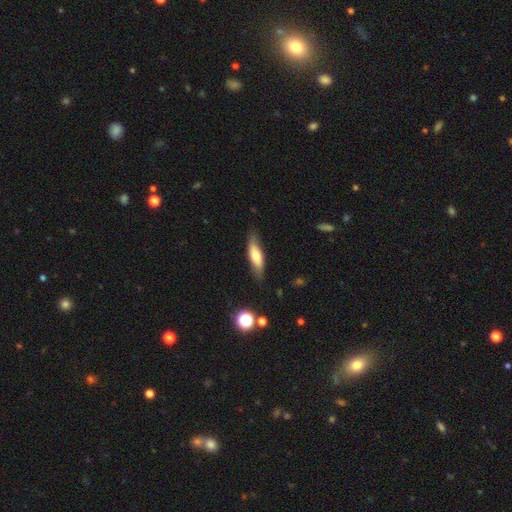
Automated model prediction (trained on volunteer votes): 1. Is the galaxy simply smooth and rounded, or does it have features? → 64% smooth, 29% featured or disk, 7% star or artifact.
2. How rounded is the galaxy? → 56% cigar-shaped, 42% in between, 2% round.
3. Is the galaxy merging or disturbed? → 76% none, 18% minor disturbance, 4% major disturbance, 2% merger.